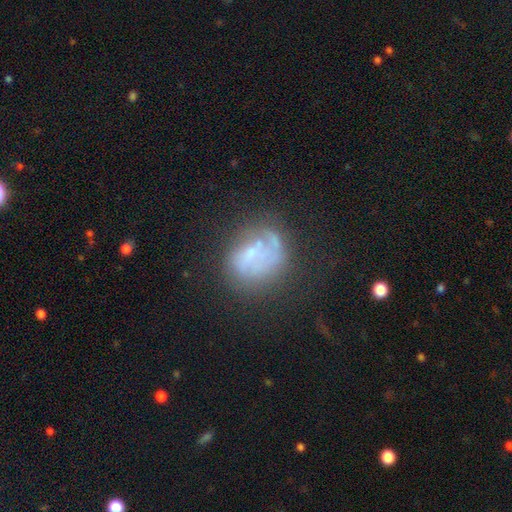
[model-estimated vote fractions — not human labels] Smooth or featured: featured or disk — 53% (smooth — 34%)
Edge-on disk: no — 97% (yes — 3%)
Bar: no — 73% (weak — 21%)
Spiral arms: no — 62% (yes — 38%)
Bulge size: small — 44% (none — 33%)
Merging: none — 43% (major disturbance — 25%)